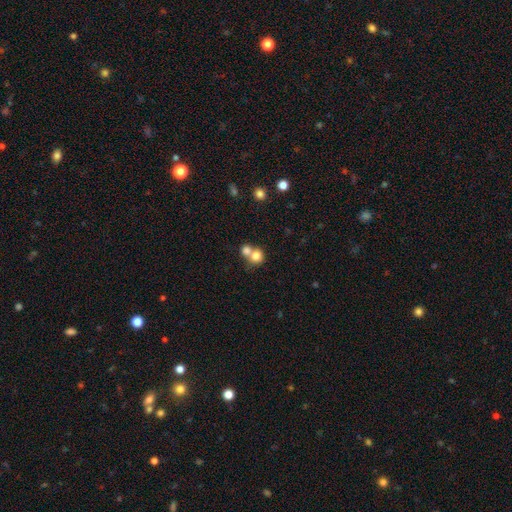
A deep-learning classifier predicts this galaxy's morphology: Smooth or featured?
  - smooth: 77% *
  - featured or disk: 13%
  - star or artifact: 10%
How rounded?
  - round: 82% *
  - in between: 17%
  - cigar-shaped: 1%
Merging?
  - merger: 58% *
  - none: 34%
  - minor disturbance: 6%
  - major disturbance: 3%